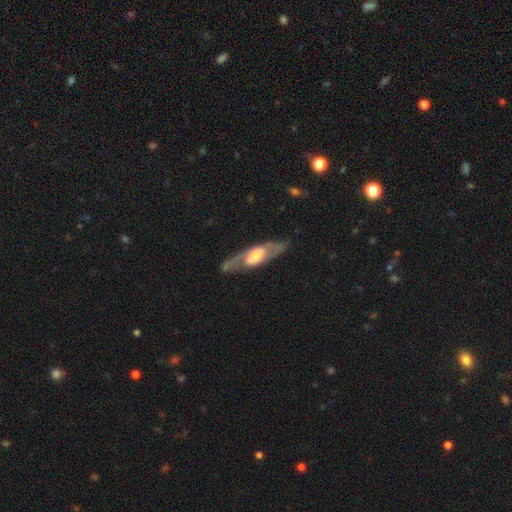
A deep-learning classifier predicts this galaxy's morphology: The model was most divided on "edge-on disk": no: 67%, yes: 33%. More confident: merging — none (74%); smooth or featured — featured or disk (70%).